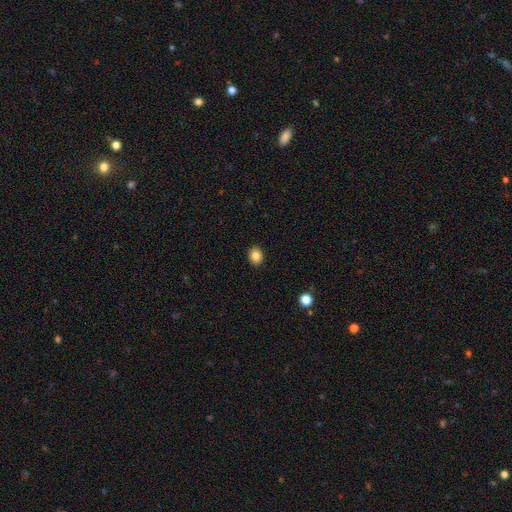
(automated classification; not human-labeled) smooth-or-featured: smooth: 84% | star or artifact: 10% | featured or disk: 6%
  how-rounded: round: 56% | in between: 43% | cigar-shaped: 1%
  merging: none: 91% | minor disturbance: 7% | major disturbance: 2% | merger: 1%